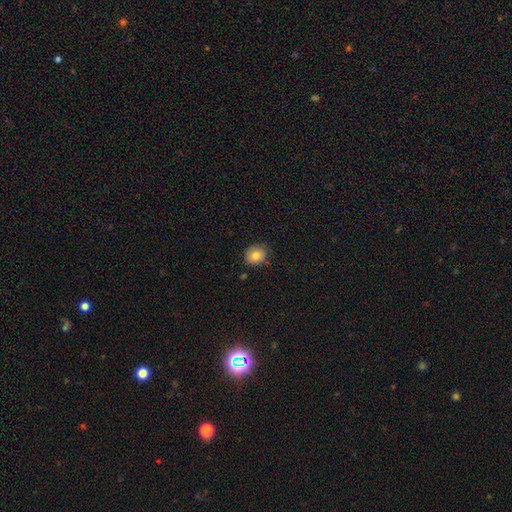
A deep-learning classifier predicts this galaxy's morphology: smooth-or-featured: smooth: 79% | featured or disk: 12% | star or artifact: 9%
  how-rounded: round: 69% | in between: 30% | cigar-shaped: 1%
  merging: none: 77% | minor disturbance: 18% | major disturbance: 3% | merger: 2%